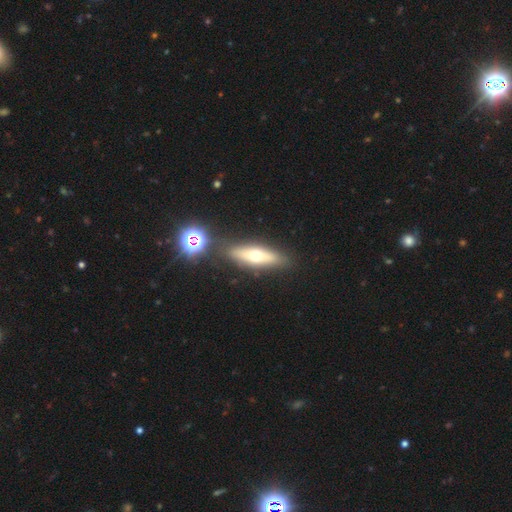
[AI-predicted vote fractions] Smooth or featured? smooth (48%)
Merging? none (81%)